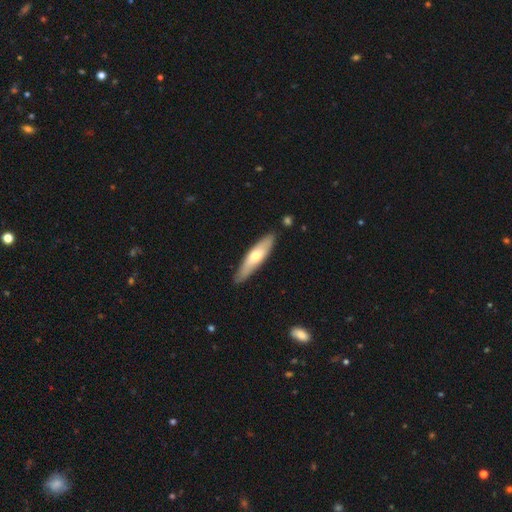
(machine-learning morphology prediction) Smooth or featured: smooth — 54% (featured or disk — 42%)
How rounded: cigar-shaped — 74% (in between — 24%)
Merging: none — 84% (minor disturbance — 12%)